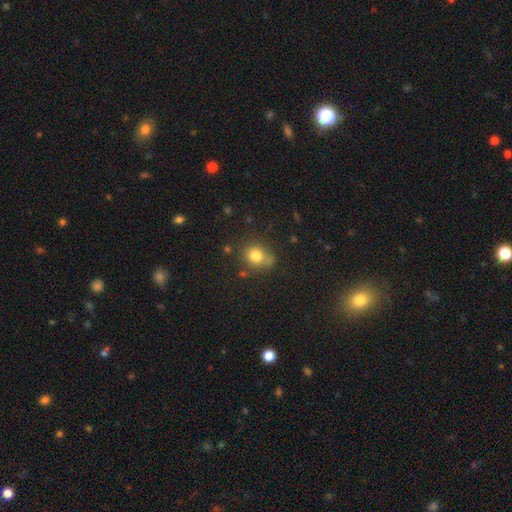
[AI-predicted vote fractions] smooth 79%, star or artifact 13%, featured or disk 8%. Down the decision tree: how rounded — round (80%); merging — none (65%).